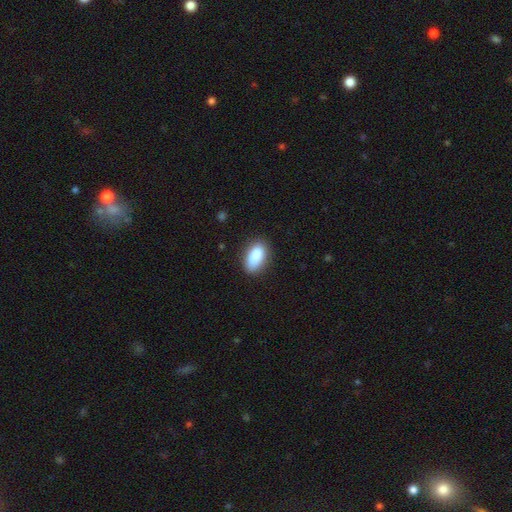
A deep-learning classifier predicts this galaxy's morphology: Smooth or featured?
  - smooth: 88% *
  - star or artifact: 7%
  - featured or disk: 5%
How rounded?
  - in between: 92% *
  - round: 5%
  - cigar-shaped: 2%
Merging?
  - none: 79% *
  - minor disturbance: 16%
  - major disturbance: 4%
  - merger: 1%